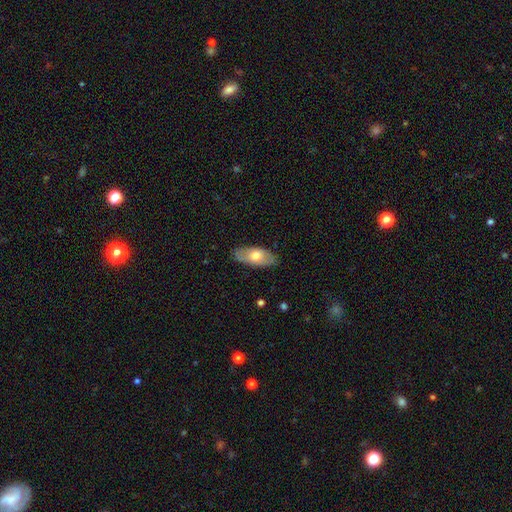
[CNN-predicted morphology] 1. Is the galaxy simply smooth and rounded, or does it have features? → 62% smooth, 33% featured or disk, 6% star or artifact.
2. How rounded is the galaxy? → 89% in between, 8% cigar-shaped, 3% round.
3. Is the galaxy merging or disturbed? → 84% none, 13% minor disturbance, 3% major disturbance, 1% merger.